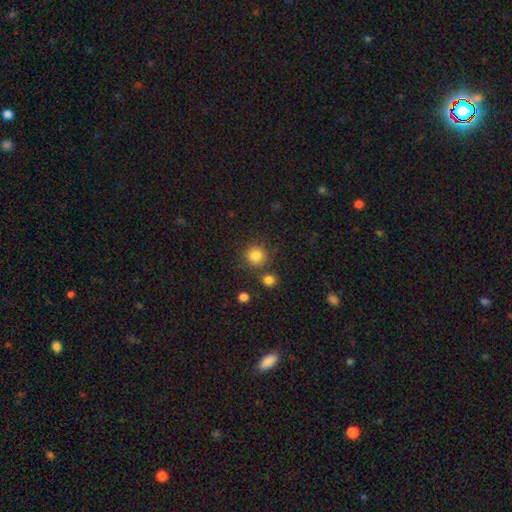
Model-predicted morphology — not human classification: Overall: smooth (84%). How rounded: round (93%). Merging: none (80%).